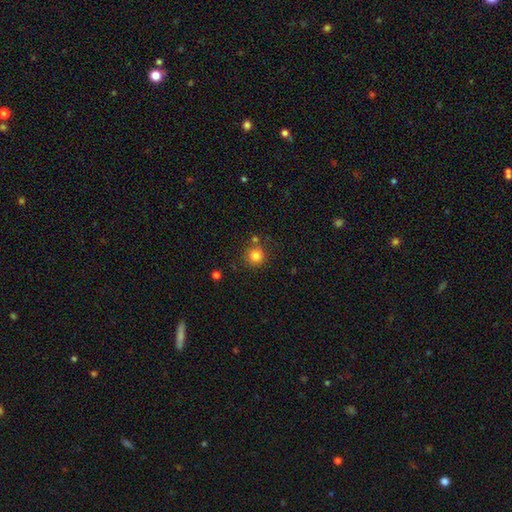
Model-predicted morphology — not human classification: smooth_or_featured: smooth (p=0.82) [alt: star or artifact p=0.12]
how_rounded: round (p=0.92) [alt: in between p=0.07]
merging: none (p=0.75) [alt: merger p=0.11]